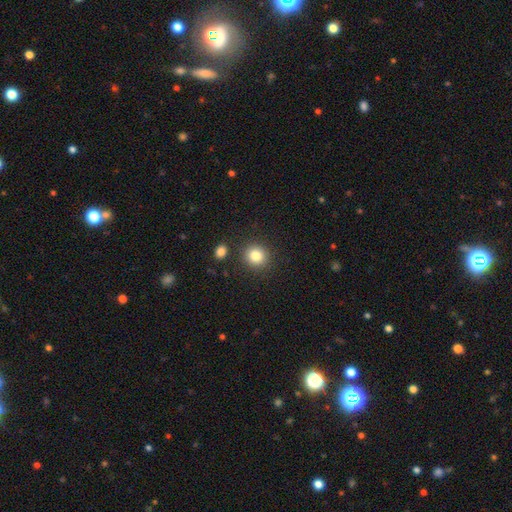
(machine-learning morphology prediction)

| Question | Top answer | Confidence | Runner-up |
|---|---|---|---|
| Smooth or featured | smooth | 83% | star or artifact (11%) |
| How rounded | round | 89% | in between (10%) |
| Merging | none | 87% | minor disturbance (7%) |